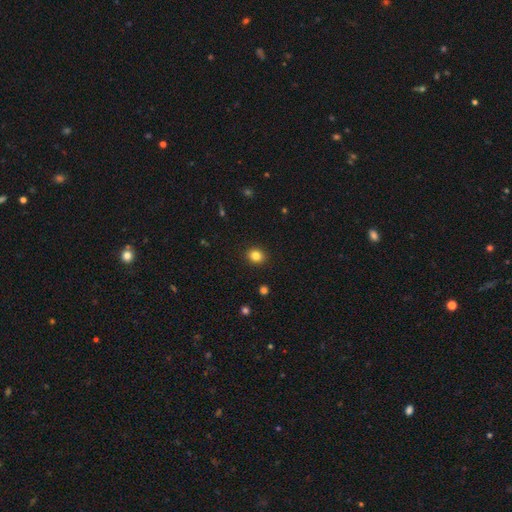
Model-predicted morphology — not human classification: Smooth or featured: smooth — 84% (star or artifact — 11%)
How rounded: round — 65% (in between — 34%)
Merging: none — 91% (minor disturbance — 6%)